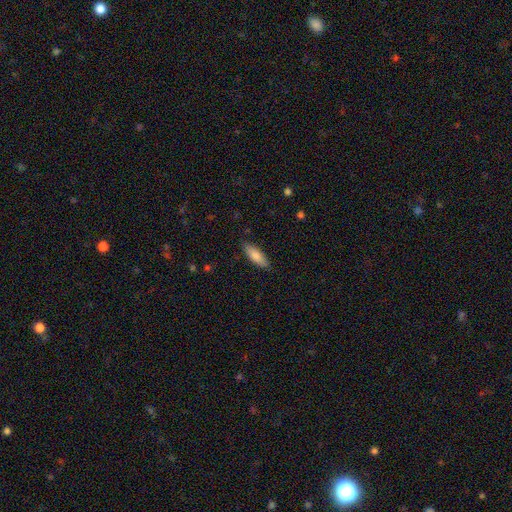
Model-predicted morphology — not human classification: Overall: smooth (82%). How rounded: in between (60%; cigar-shaped 39%). Merging: none (86%).